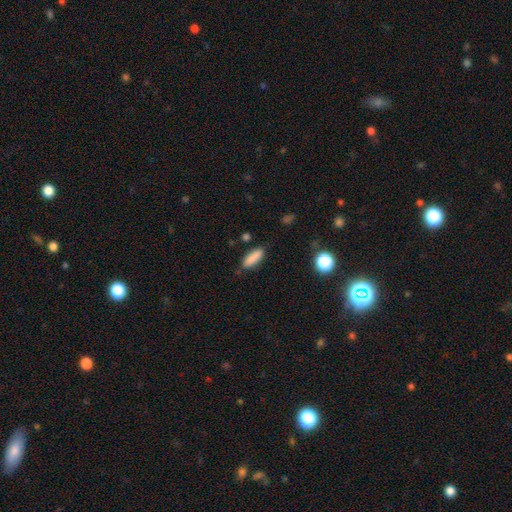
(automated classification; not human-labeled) The model was most divided on "how rounded": in between: 62%, cigar-shaped: 36%, round: 2%. More confident: smooth or featured — smooth (87%); merging — none (83%).